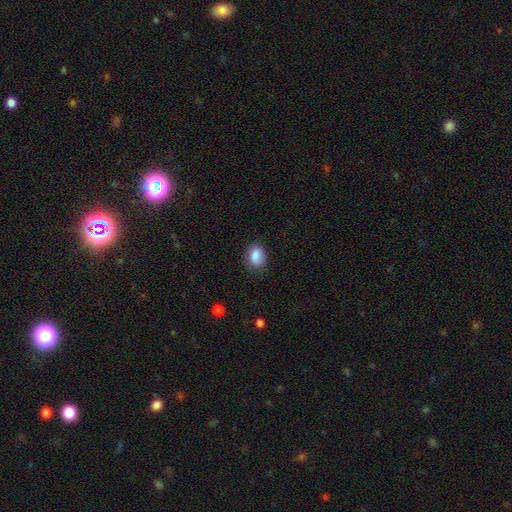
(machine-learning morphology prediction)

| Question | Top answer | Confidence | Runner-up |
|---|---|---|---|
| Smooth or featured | smooth | 87% | star or artifact (8%) |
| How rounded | in between | 73% | round (26%) |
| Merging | none | 78% | minor disturbance (17%) |